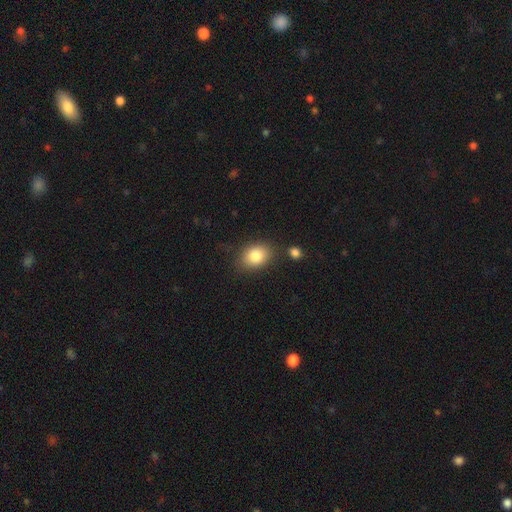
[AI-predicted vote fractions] smooth-or-featured: smooth: 83% | featured or disk: 9% | star or artifact: 8%
  how-rounded: in between: 69% | round: 30% | cigar-shaped: 1%
  merging: none: 77% | minor disturbance: 14% | merger: 5% | major disturbance: 4%